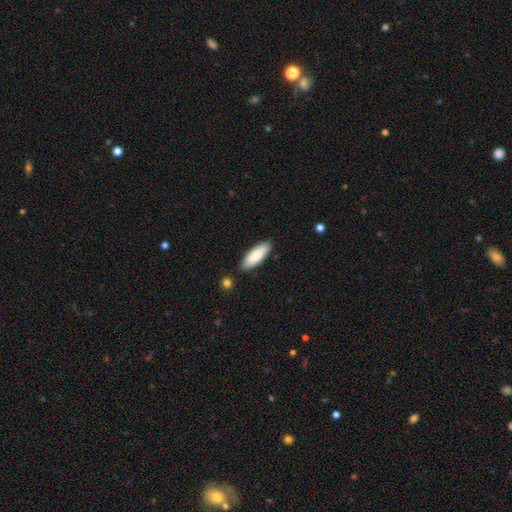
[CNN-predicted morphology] This is clearly a smooth galaxy (83%). How rounded: likely in between (63%). Merging: clearly none (85%).